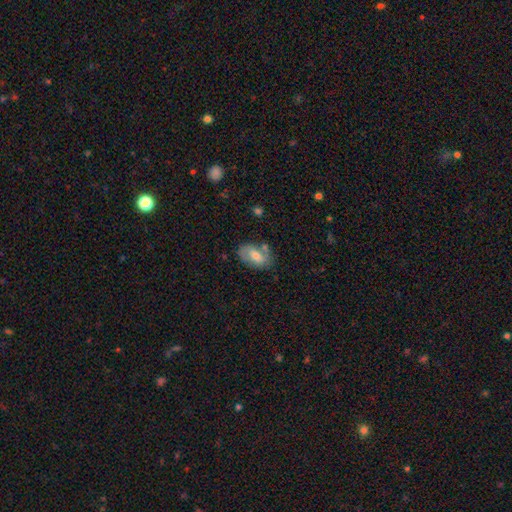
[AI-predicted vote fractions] This appears to be a smooth galaxy with no disk features (65%) that is in between round and cigar-shaped (90%). Merging: none (61%).